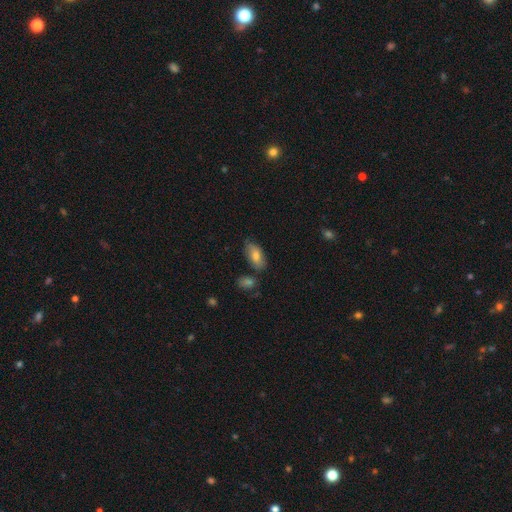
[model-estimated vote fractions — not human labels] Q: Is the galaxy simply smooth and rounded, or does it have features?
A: smooth — 73%.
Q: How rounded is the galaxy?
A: in between — 92%.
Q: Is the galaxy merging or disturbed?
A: none — 72%.